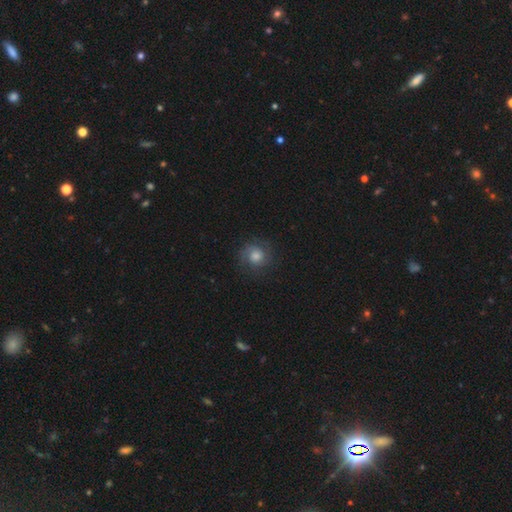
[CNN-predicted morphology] Q: Smooth or featured?
A: featured or disk (50%); runner-up: smooth (37%)
Q: Edge-on disk?
A: no (97%); runner-up: yes (3%)
Q: Merging?
A: none (78%); runner-up: minor disturbance (14%)